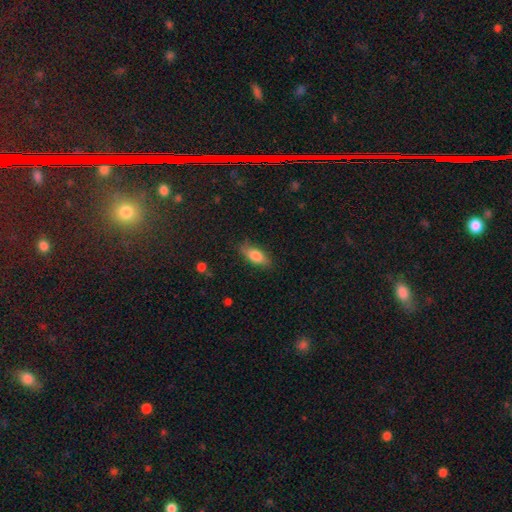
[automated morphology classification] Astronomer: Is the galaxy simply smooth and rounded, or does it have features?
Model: smooth — 80%.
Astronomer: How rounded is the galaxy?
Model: in between — 78%.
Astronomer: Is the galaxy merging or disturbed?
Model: none — 81%.